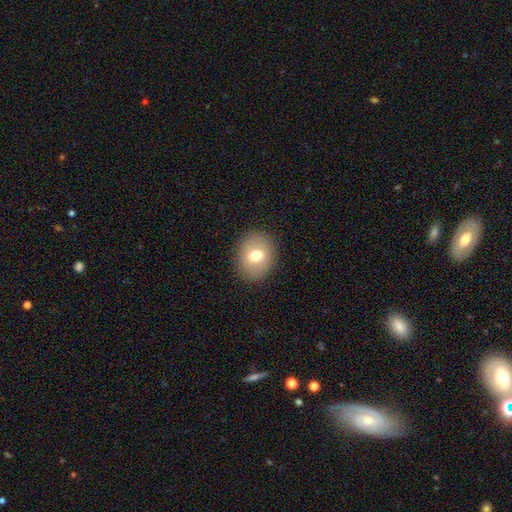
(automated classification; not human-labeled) smooth_or_featured: smooth (p=0.71) [alt: featured or disk p=0.19]
how_rounded: round (p=0.54) [alt: in between p=0.45]
merging: none (p=0.89) [alt: minor disturbance p=0.07]